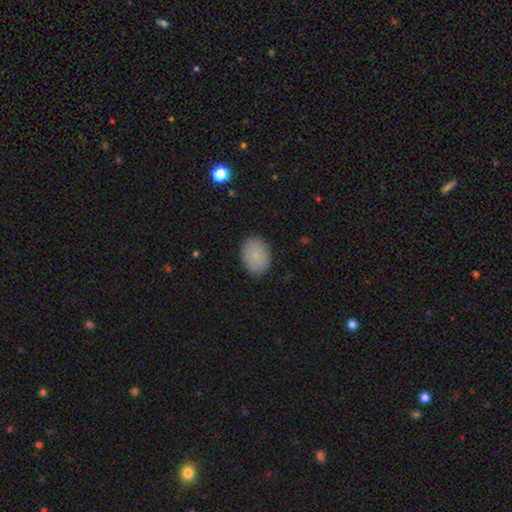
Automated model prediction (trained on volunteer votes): The model was most divided on "how rounded": in between: 73%, round: 25%, cigar-shaped: 1%. More confident: merging — none (87%); smooth or featured — smooth (86%).